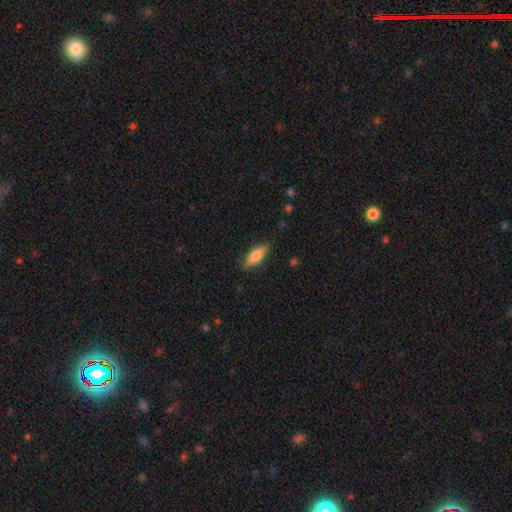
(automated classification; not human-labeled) Smooth or featured?
  - smooth: 74% *
  - featured or disk: 20%
  - star or artifact: 6%
How rounded?
  - in between: 60% *
  - cigar-shaped: 38%
  - round: 2%
Merging?
  - none: 84% *
  - minor disturbance: 12%
  - major disturbance: 2%
  - merger: 1%